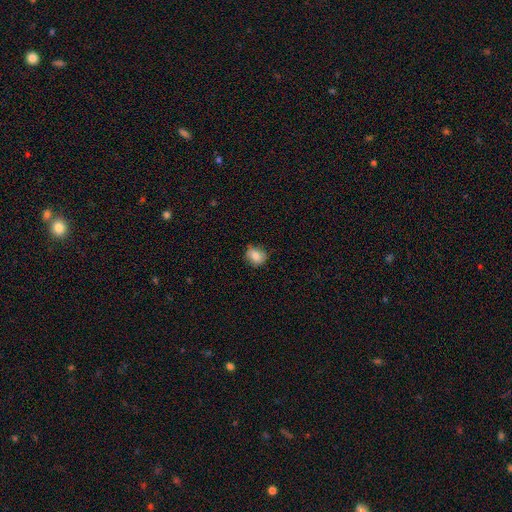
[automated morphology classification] type=smooth (80%); roundness=round (61%); merging=none (75%).